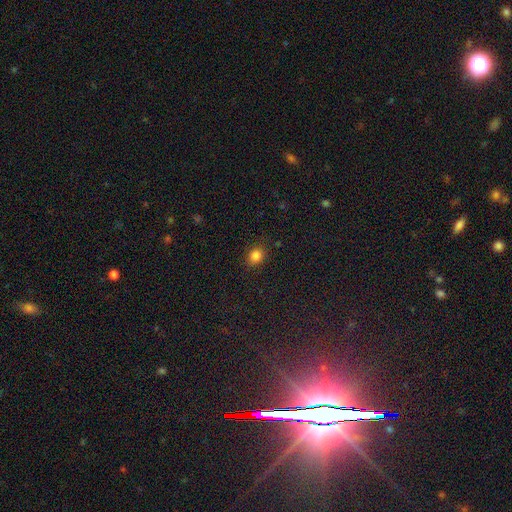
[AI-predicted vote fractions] Morphology: type=smooth (84%); roundness=round (64%); merging=none (86%).